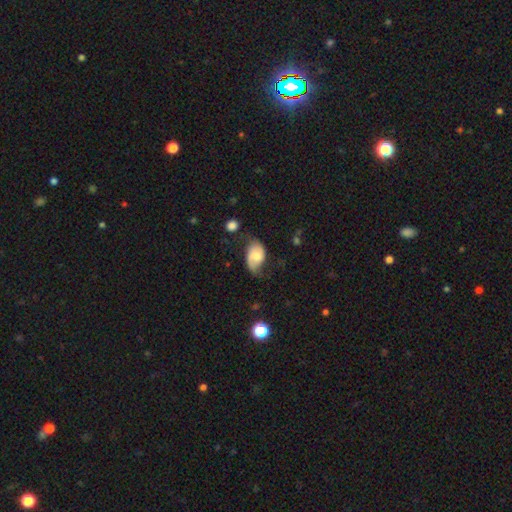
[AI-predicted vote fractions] A featured or disk galaxy (49%). Merging: none (46%).